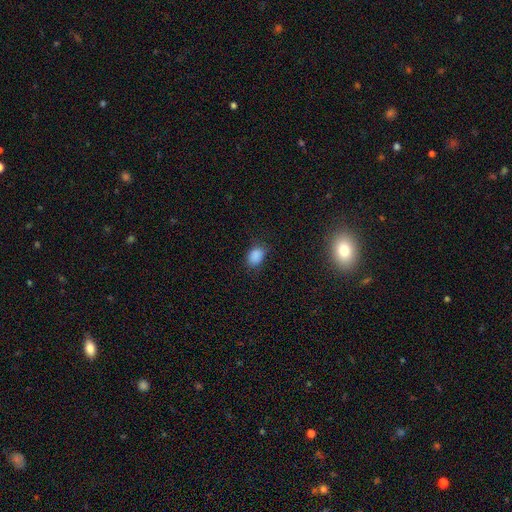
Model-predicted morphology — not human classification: Smooth or featured? Predicted: smooth (p=0.86). How rounded? Predicted: in between (p=0.76). Merging? Predicted: none (p=0.76).